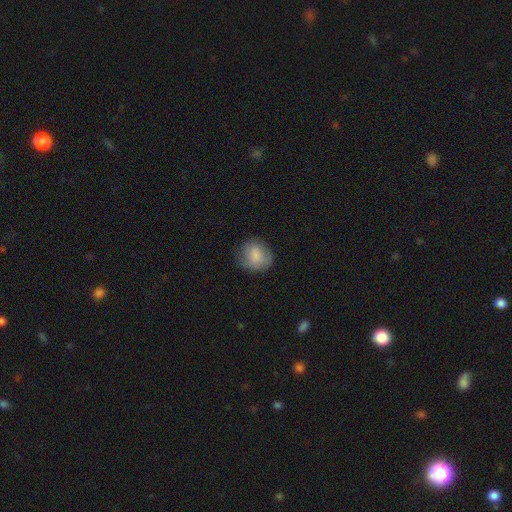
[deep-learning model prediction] Smooth or featured? Predicted: smooth (p=0.83). How rounded? Predicted: round (p=0.77). Merging? Predicted: none (p=0.72).